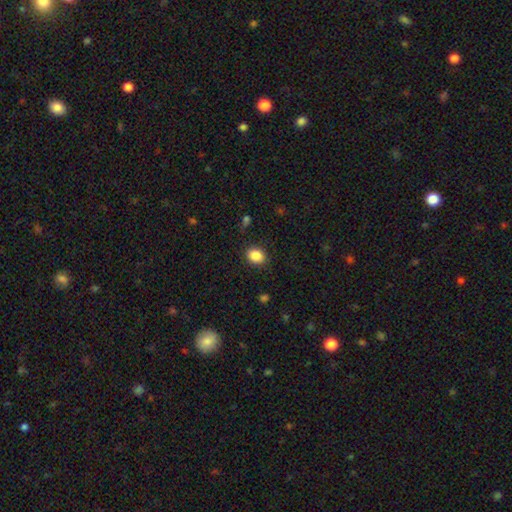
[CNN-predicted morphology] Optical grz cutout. It shows a smooth galaxy with no disk features (87%) that is in between round and cigar-shaped (60%). Merging: none (86%).